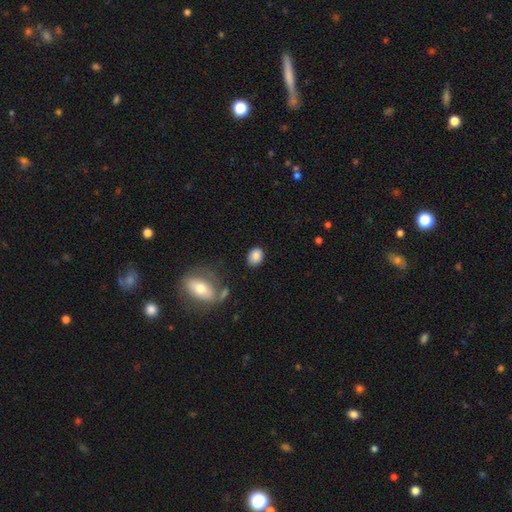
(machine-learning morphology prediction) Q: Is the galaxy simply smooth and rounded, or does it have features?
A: smooth — 85%.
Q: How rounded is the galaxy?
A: in between — 72%.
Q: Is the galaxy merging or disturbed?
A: none — 81%.